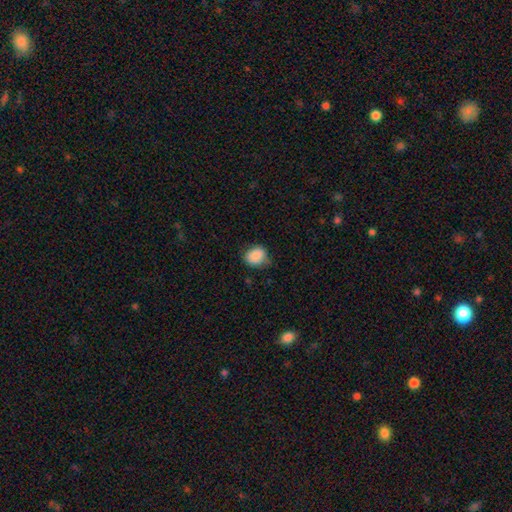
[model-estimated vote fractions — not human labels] Smooth or featured?
  - smooth: 87% *
  - star or artifact: 8%
  - featured or disk: 5%
How rounded?
  - round: 55% *
  - in between: 44%
  - cigar-shaped: 1%
Merging?
  - none: 67% *
  - minor disturbance: 27%
  - major disturbance: 5%
  - merger: 1%